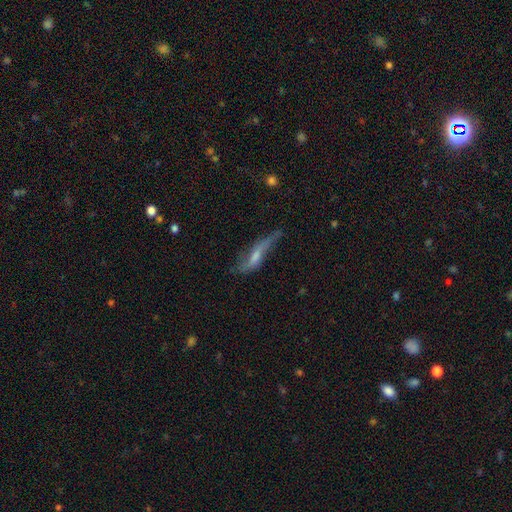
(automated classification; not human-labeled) Morphology: type=featured or disk (61%); edge-on=no (54%); merging=none (44%).